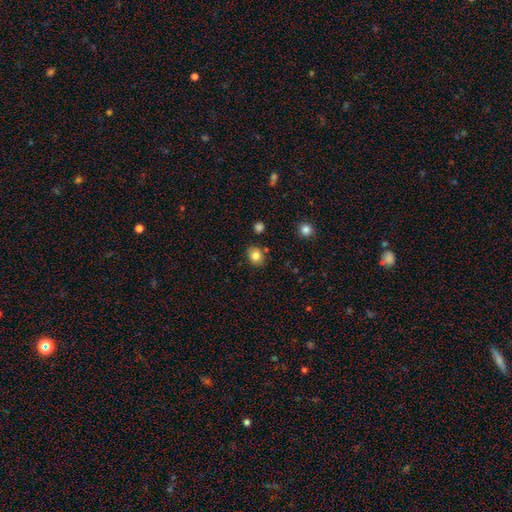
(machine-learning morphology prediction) Smooth or featured: smooth — 82% (star or artifact — 11%)
How rounded: round — 66% (in between — 34%)
Merging: none — 83% (minor disturbance — 11%)